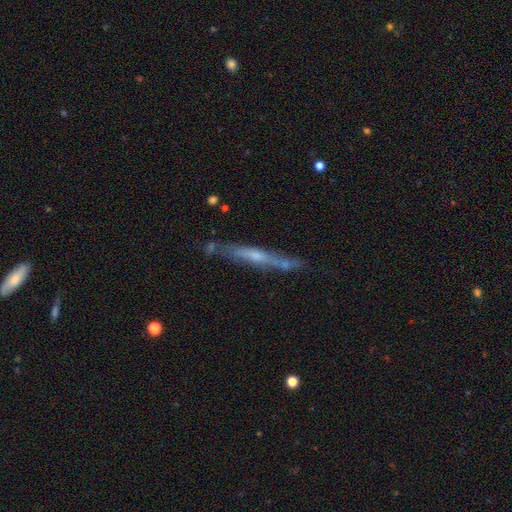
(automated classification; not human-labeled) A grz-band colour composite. It shows a featured or disk galaxy (63%) viewed edge-on (90%) with no central bulge (45%). Merging: none (70%).